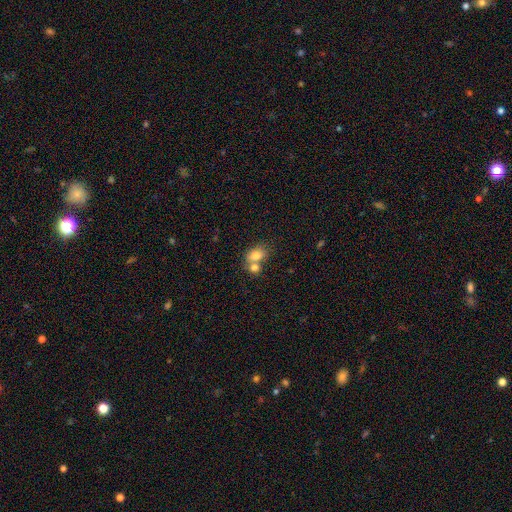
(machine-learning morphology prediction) smooth_or_featured: smooth (p=0.77) [alt: featured or disk p=0.14]
how_rounded: in between (p=0.70) [alt: round p=0.28]
merging: merger (p=0.54) [alt: none p=0.34]